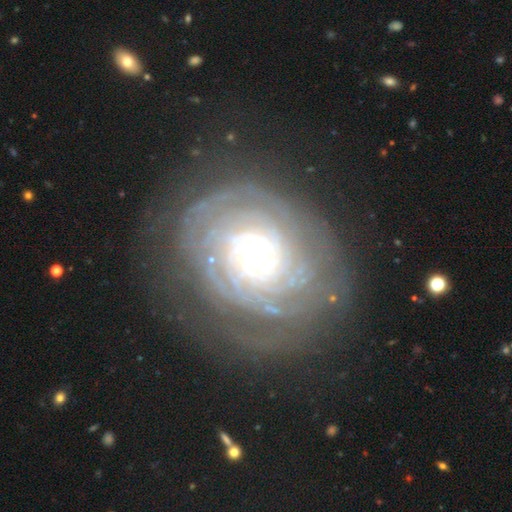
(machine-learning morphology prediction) A featured or disk galaxy (86%) with no bar (74%), tight (81%) spiral arms (94%) and a moderate central bulge (63%).

Vote fractions:
- Smooth or featured? featured or disk: 86% / smooth: 8% / star or artifact: 6%
- Edge-on disk? no: 96% / yes: 4%
- Bar? no: 74% / weak: 19% / strong: 7%
- Spiral arms? yes: 94% / no: 6%
- Spiral winding? tight: 81% / medium: 14% / loose: 4%
- Spiral arm count? can't tell: 38% / more than 4: 17% / 4: 13% / 3: 12% / 2: 12% / 1: 7%
- Bulge size? moderate: 63% / small: 20% / large: 15% / dominant: 2% / none: 1%
- Merging? none: 73% / minor disturbance: 17% / major disturbance: 9% / merger: 2%